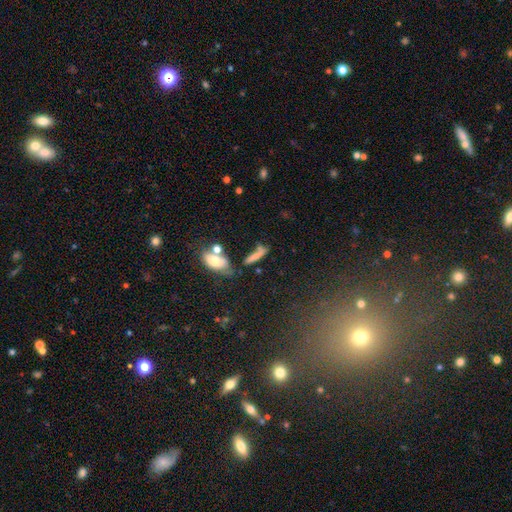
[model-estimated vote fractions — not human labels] A smooth galaxy with no disk features (68%) that is cigar-shaped (72%). Merging: none (46%).